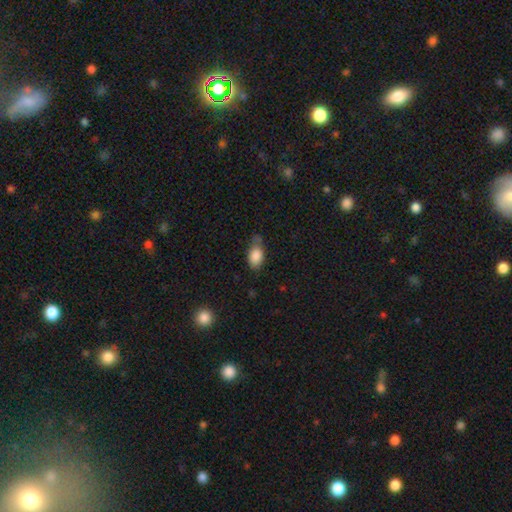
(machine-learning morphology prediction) This is clearly a smooth galaxy (86%). How rounded: clearly in between (89%). Merging: possibly none (54%).